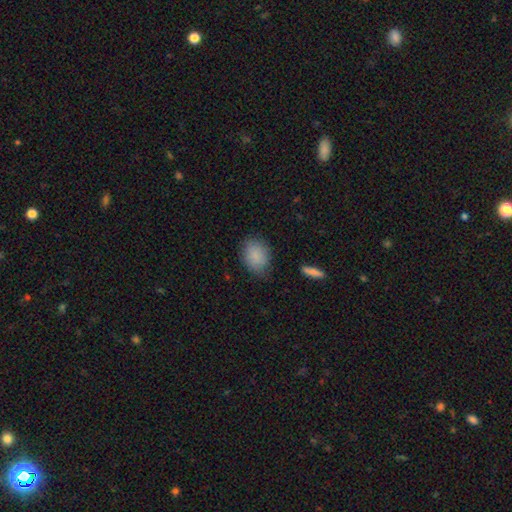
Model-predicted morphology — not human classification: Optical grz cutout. It shows a smooth galaxy with no disk features (86%) that is in between round and cigar-shaped (61%). Merging: none (77%).